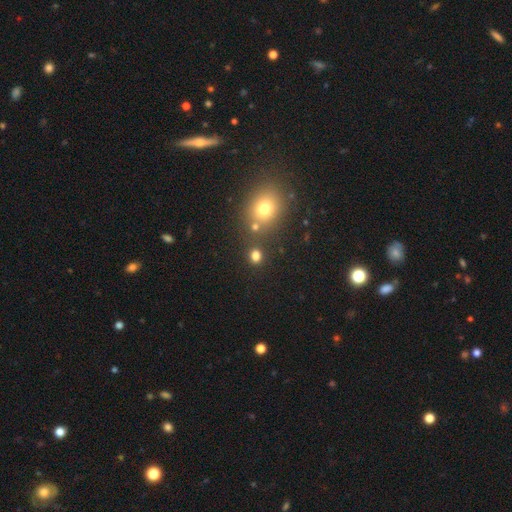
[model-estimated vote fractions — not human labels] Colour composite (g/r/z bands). It shows a smooth galaxy with no disk features (77%) that is round (77%). Merging: none (77%).